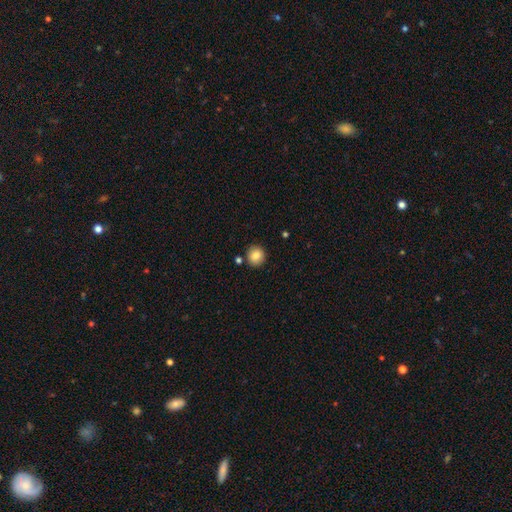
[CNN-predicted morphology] Smooth or featured?
  - smooth: 86% *
  - star or artifact: 9%
  - featured or disk: 5%
How rounded?
  - round: 89% *
  - in between: 10%
  - cigar-shaped: 1%
Merging?
  - none: 86% *
  - minor disturbance: 8%
  - merger: 4%
  - major disturbance: 2%